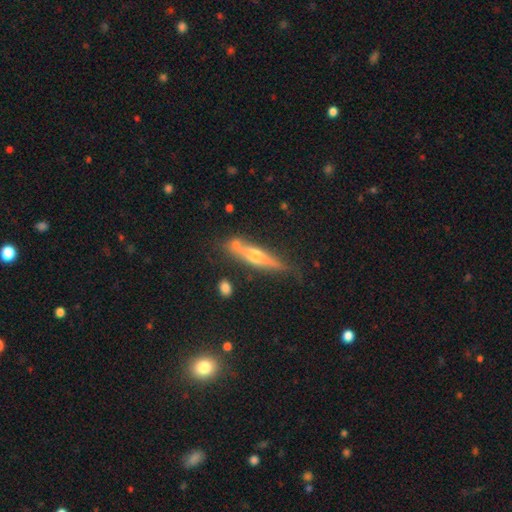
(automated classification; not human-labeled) Overall: featured or disk (58%; smooth 35%). Edge-on disk: yes (91%). Edge-on bulge: rounded (89%). Merging: none (66%).